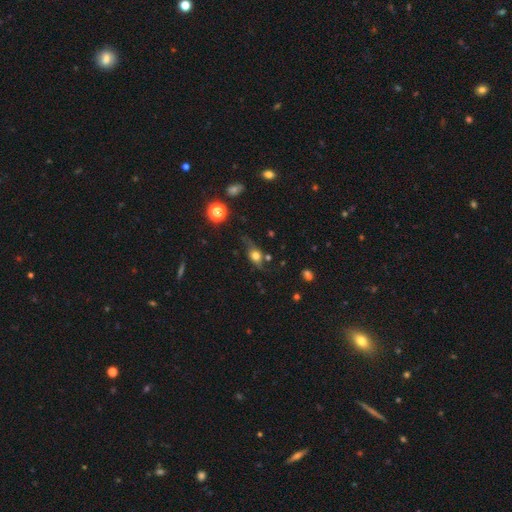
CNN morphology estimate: This appears to be a smooth galaxy with no disk features (50%). Merging: none (57%).